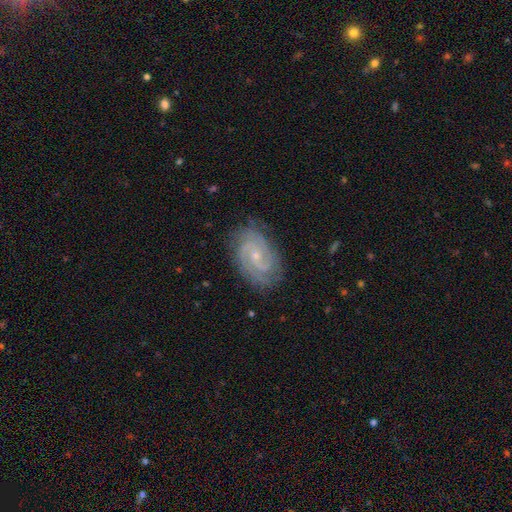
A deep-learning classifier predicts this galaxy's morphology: Smooth or featured: featured or disk — 87% (smooth — 7%)
Edge-on disk: no — 97% (yes — 3%)
Bar: no — 47% (weak — 44%)
Spiral arms: yes — 98% (no — 2%)
Spiral winding: tight — 55% (medium — 38%)
Spiral arm count: 2 — 67% (3 — 13%)
Bulge size: small — 70% (moderate — 25%)
Merging: none — 81% (minor disturbance — 14%)